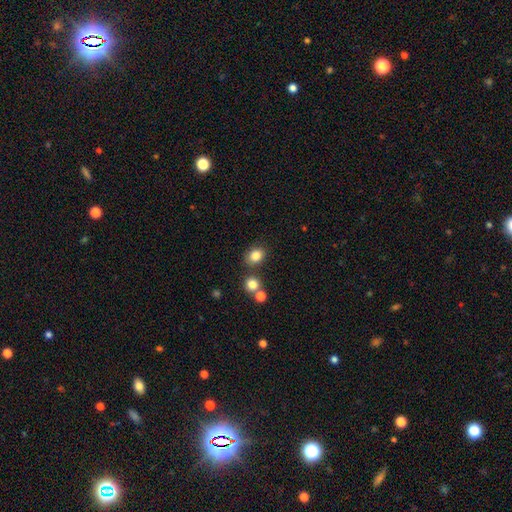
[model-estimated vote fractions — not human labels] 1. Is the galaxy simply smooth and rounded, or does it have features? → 83% smooth, 11% star or artifact, 6% featured or disk.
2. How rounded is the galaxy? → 54% round, 45% in between, 1% cigar-shaped.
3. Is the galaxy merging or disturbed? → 76% none, 11% minor disturbance, 10% merger, 3% major disturbance.